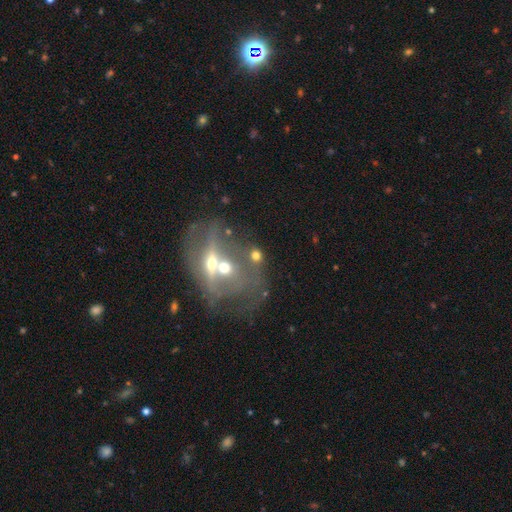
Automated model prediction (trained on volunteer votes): A smooth galaxy with no disk features (42%). Merging: merger (55%).